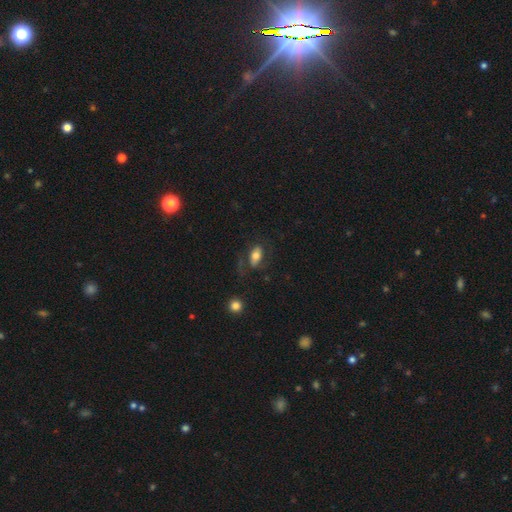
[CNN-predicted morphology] type=smooth (61%); roundness=in between (88%); merging=none (56%).